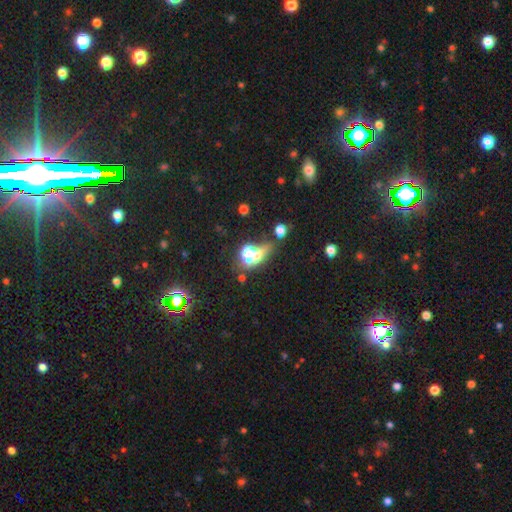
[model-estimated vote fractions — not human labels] This is possibly a smooth galaxy (48%). Merging: marginally none (40%).